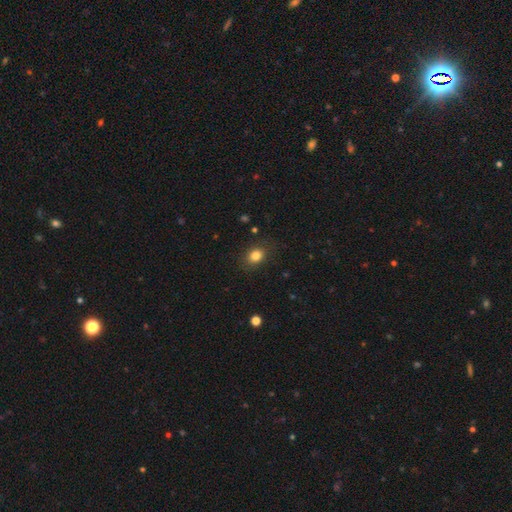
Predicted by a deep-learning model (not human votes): This is clearly a smooth galaxy (82%). How rounded: possibly in between (56%). Merging: clearly none (84%).